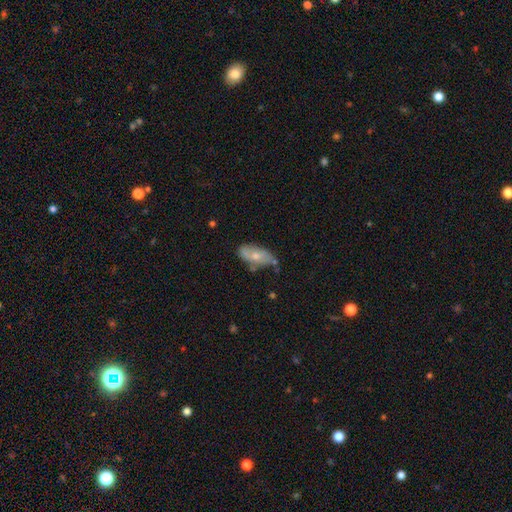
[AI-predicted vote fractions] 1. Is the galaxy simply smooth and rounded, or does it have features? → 57% smooth, 36% featured or disk, 7% star or artifact.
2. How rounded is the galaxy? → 86% in between, 10% cigar-shaped, 4% round.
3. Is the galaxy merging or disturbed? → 57% none, 28% minor disturbance, 8% merger, 7% major disturbance.